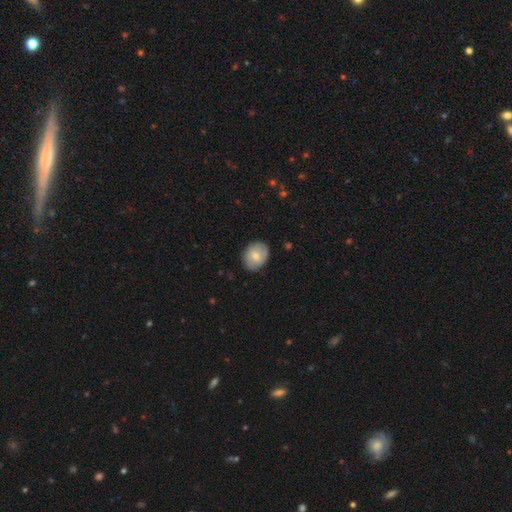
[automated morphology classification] Smooth or featured? Predicted: smooth (p=0.67). How rounded? Predicted: in between (p=0.51). Merging? Predicted: none (p=0.84).